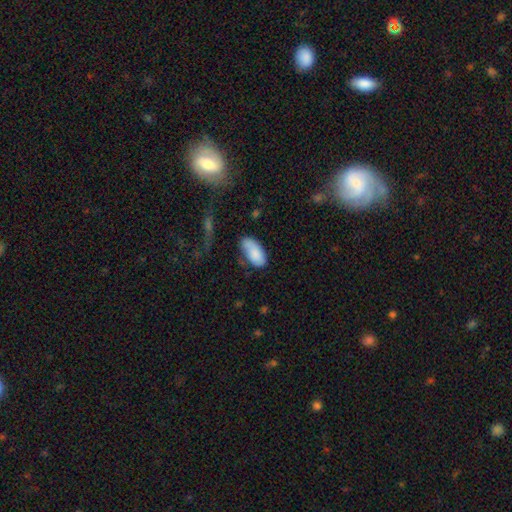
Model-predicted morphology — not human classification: type=smooth (82%); roundness=in between (94%); merging=none (51%).